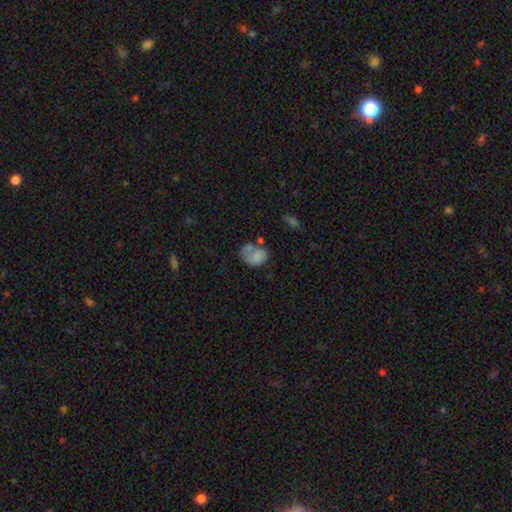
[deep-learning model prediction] Morphology: type=smooth (71%); roundness=in between (60%); merging=none (34%).